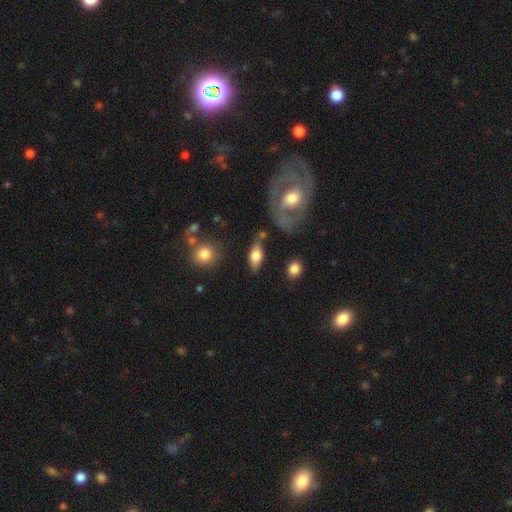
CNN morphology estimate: Smooth or featured? smooth (64%)
How rounded? in between (80%)
Merging? none (74%)